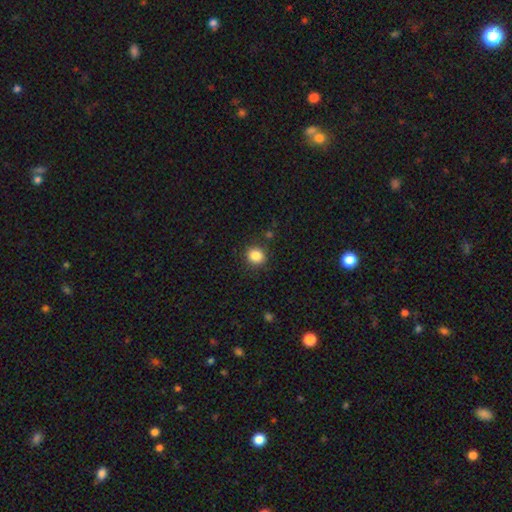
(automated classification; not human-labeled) Smooth or featured? Predicted: smooth (p=0.85). How rounded? Predicted: round (p=0.87). Merging? Predicted: none (p=0.89).